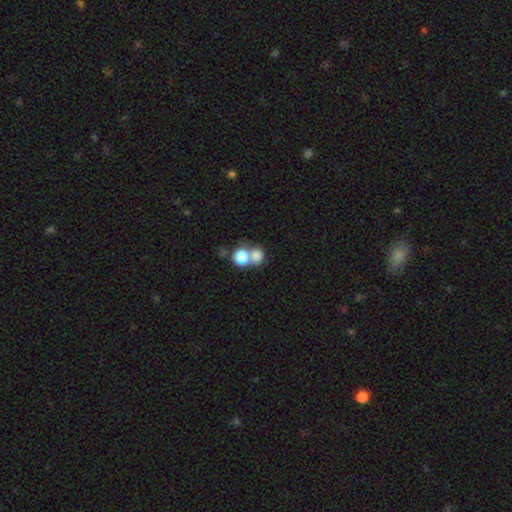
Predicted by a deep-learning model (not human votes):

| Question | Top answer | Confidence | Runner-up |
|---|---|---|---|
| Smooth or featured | smooth | 79% | featured or disk (11%) |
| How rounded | round | 75% | in between (24%) |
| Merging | merger | 57% | none (33%) |